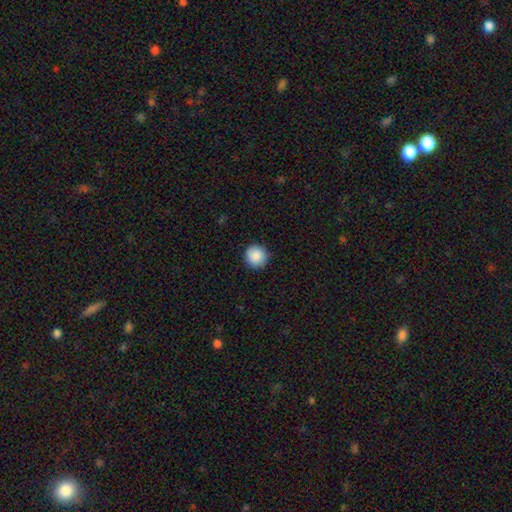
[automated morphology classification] Smooth or featured?
  - smooth: 89% *
  - star or artifact: 8%
  - featured or disk: 4%
How rounded?
  - round: 95% *
  - in between: 5%
  - cigar-shaped: 1%
Merging?
  - none: 90% *
  - minor disturbance: 7%
  - major disturbance: 2%
  - merger: 1%